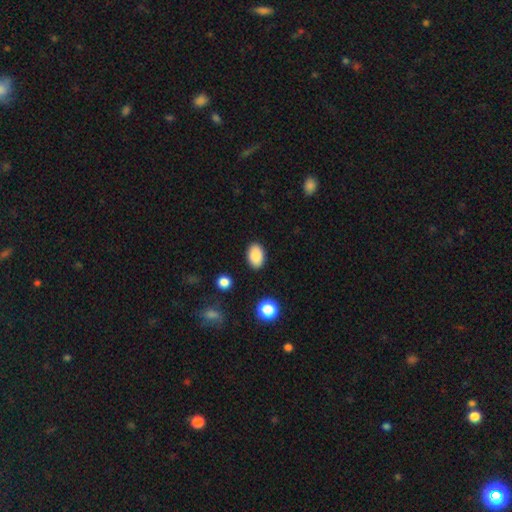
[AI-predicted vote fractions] Smooth or featured? smooth (87%)
How rounded? in between (88%)
Merging? none (87%)